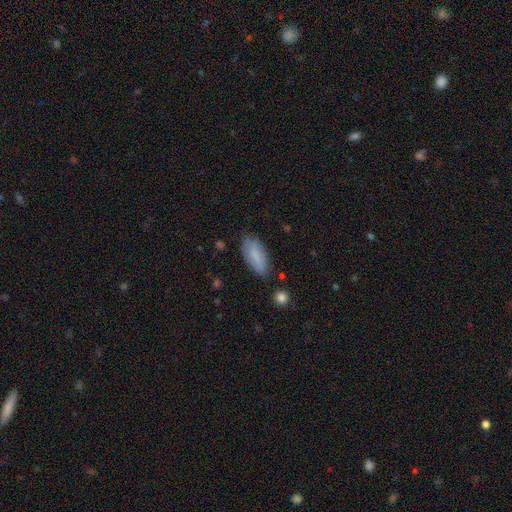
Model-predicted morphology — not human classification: smooth-or-featured: smooth: 79% | featured or disk: 15% | star or artifact: 7%
  how-rounded: in between: 83% | cigar-shaped: 15% | round: 2%
  merging: none: 76% | minor disturbance: 18% | major disturbance: 4% | merger: 2%